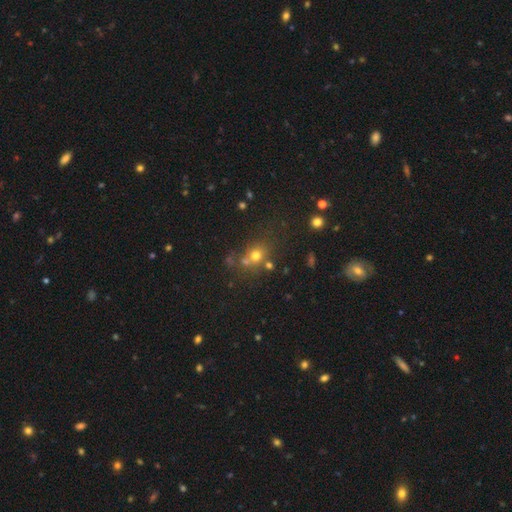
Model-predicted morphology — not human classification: A smooth galaxy with no disk features (68%) that is round (76%). Merging: none (60%).